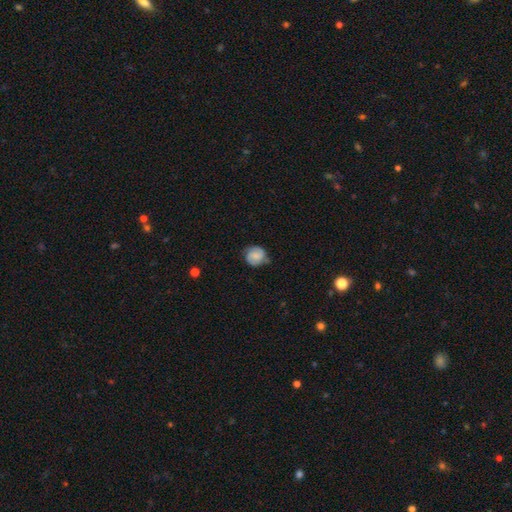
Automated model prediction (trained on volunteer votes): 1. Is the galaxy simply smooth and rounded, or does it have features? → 50% featured or disk, 42% smooth, 8% star or artifact.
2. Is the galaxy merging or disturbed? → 71% none, 21% minor disturbance, 6% major disturbance, 2% merger.